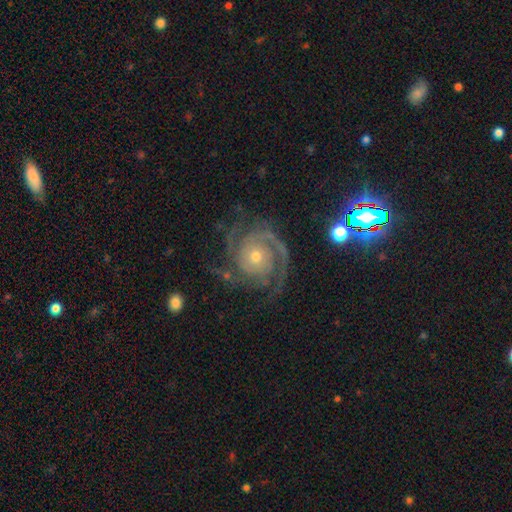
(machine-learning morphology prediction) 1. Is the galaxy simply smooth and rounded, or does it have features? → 92% featured or disk, 5% star or artifact, 3% smooth.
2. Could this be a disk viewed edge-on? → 98% no, 2% yes.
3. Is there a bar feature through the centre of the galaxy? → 79% no, 16% weak, 5% strong.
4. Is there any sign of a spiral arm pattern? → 98% yes, 2% no.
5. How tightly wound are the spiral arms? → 65% tight, 30% medium, 5% loose.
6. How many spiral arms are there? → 35% 2, 33% 3, 12% can't tell, 8% 4, 6% 1, 6% more than 4.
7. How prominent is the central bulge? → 49% small, 47% moderate, 2% large, 1% none, 1% dominant.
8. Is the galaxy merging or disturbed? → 74% none, 15% minor disturbance, 9% major disturbance, 2% merger.